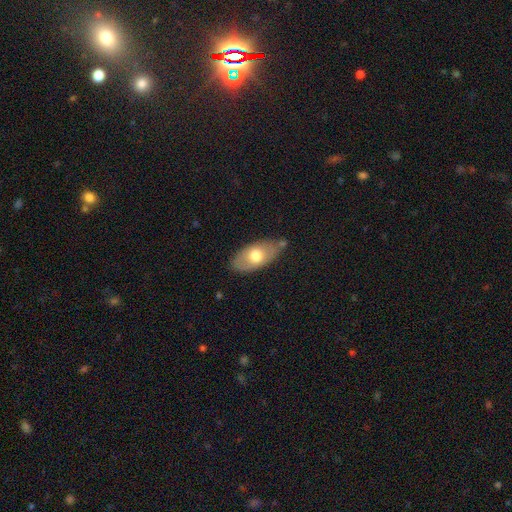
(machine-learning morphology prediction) Smooth or featured: smooth — 64% (featured or disk — 31%)
How rounded: in between — 91% (cigar-shaped — 5%)
Merging: none — 71% (minor disturbance — 19%)